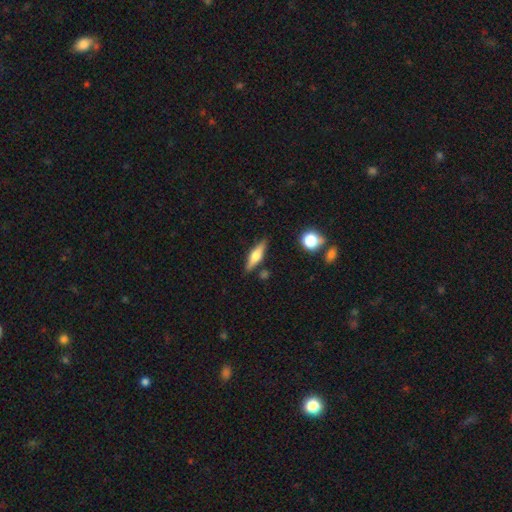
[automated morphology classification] featured or disk 51%, smooth 42%, star or artifact 7%. Down the decision tree: edge-on disk — yes (95%); merging — none (84%).